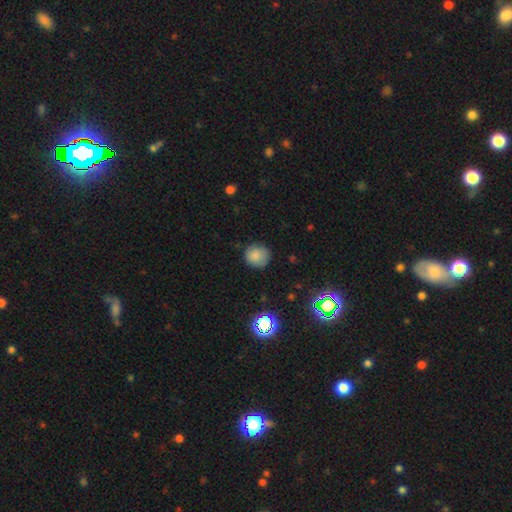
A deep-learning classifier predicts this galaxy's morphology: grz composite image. It shows a smooth galaxy with no disk features (82%) that is round (90%). Merging: none (81%).